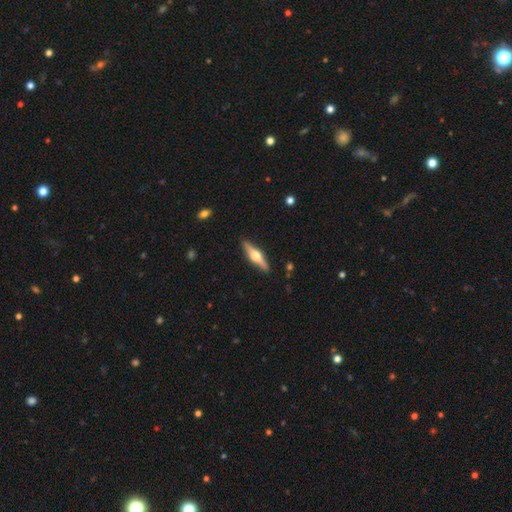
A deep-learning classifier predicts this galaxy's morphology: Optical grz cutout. It shows a featured or disk galaxy (70%) viewed edge-on (97%) with a rounded central bulge (95%). Merging: none (90%).